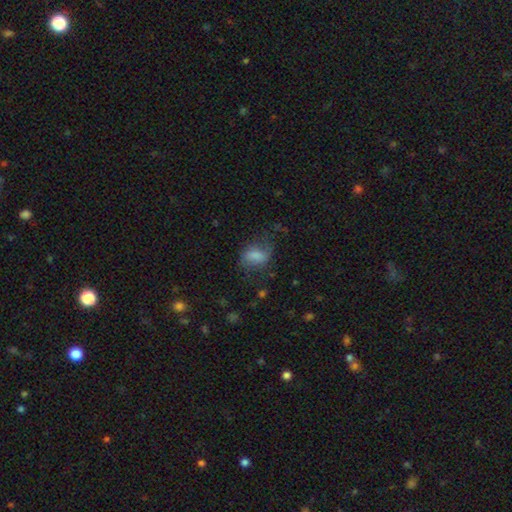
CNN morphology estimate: type=smooth (68%); roundness=in between (78%); merging=none (48%).